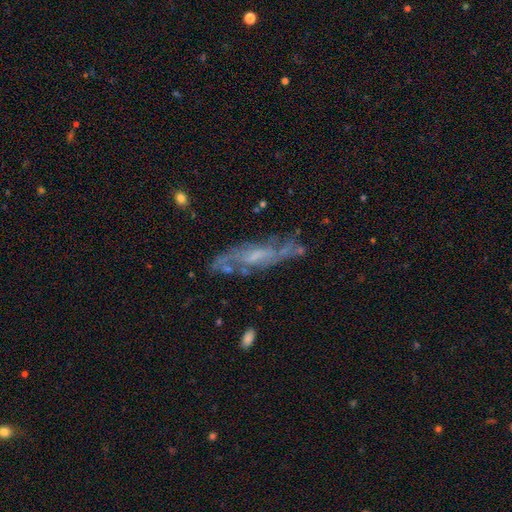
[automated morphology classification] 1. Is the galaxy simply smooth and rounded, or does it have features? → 72% featured or disk, 19% smooth, 9% star or artifact.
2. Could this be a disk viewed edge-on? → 64% no, 36% yes.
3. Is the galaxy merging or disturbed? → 69% none, 19% minor disturbance, 8% major disturbance, 4% merger.